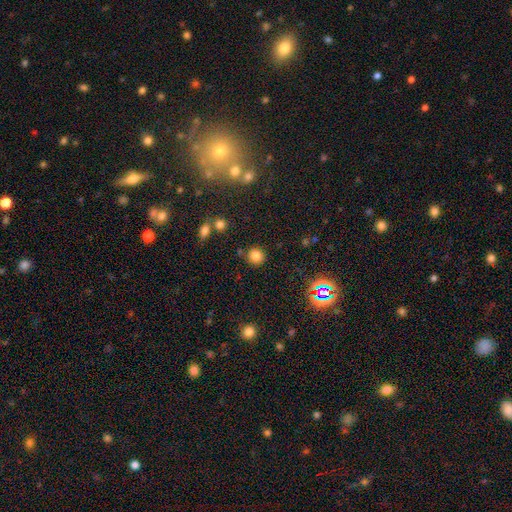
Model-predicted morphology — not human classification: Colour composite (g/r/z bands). It shows a smooth galaxy with no disk features (81%) that is round (90%). Merging: none (83%).